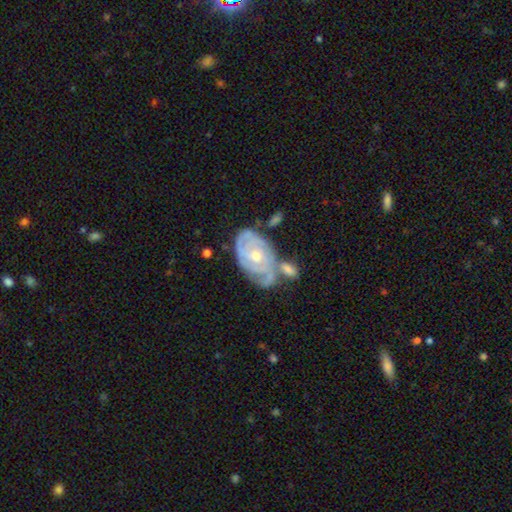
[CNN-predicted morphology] Smooth or featured? featured or disk (84%)
Edge-on disk? no (96%)
Bar? no (70%)
Spiral arms? yes (94%)
Spiral winding? tight (72%)
Spiral arm count? can't tell (33%)
Bulge size? moderate (52%)
Merging? none (47%)